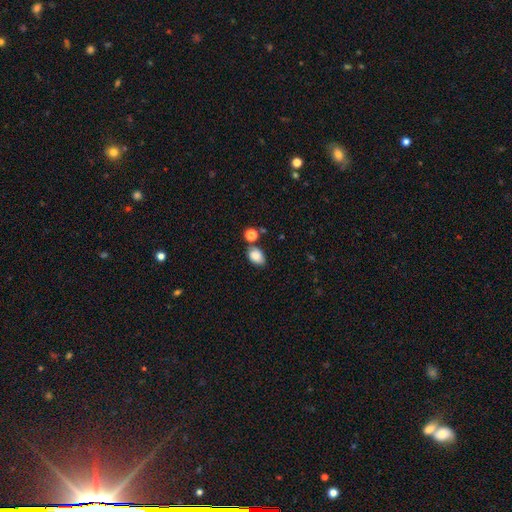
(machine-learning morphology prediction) A smooth galaxy with no disk features (82%) that is in between round and cigar-shaped (83%). Merging: none (63%).